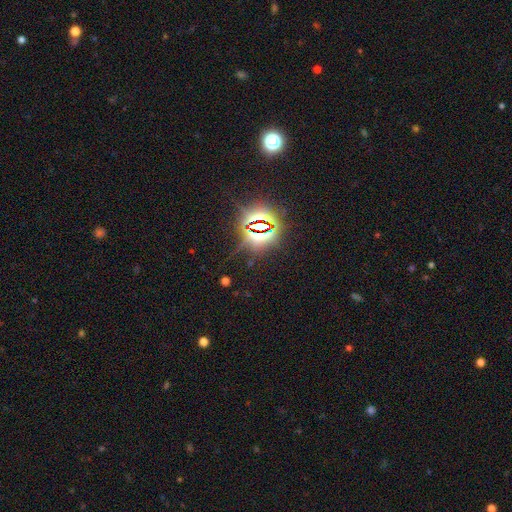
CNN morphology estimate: Smooth or featured? Predicted: star or artifact (p=0.85).